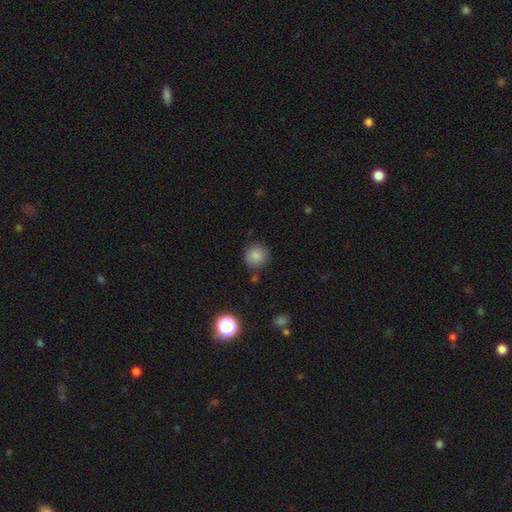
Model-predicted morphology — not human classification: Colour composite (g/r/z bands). It shows a smooth galaxy with no disk features (85%) that is round (91%). Merging: none (82%).